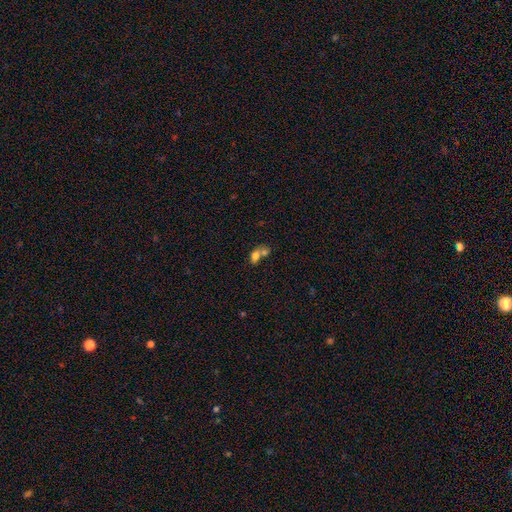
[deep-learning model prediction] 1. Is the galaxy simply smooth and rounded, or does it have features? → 71% smooth, 18% featured or disk, 11% star or artifact.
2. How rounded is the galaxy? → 69% in between, 29% round, 2% cigar-shaped.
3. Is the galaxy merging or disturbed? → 65% merger, 22% none, 8% minor disturbance, 5% major disturbance.